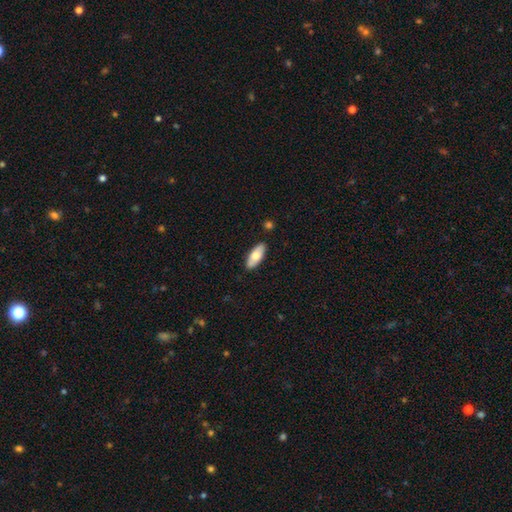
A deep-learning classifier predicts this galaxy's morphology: smooth-or-featured: smooth: 67% | featured or disk: 27% | star or artifact: 5%
  how-rounded: in between: 79% | cigar-shaped: 19% | round: 2%
  merging: none: 88% | minor disturbance: 9% | major disturbance: 2% | merger: 2%